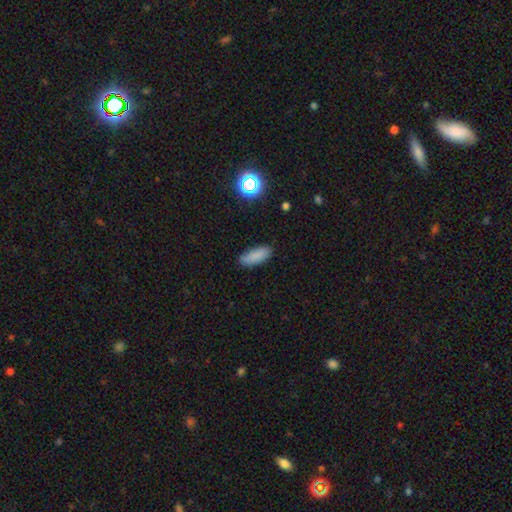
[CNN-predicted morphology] A smooth galaxy with no disk features (85%) that is in between round and cigar-shaped (72%).

Vote fractions:
- Smooth or featured? smooth: 85% / star or artifact: 9% / featured or disk: 6%
- How rounded? in between: 72% / cigar-shaped: 26% / round: 2%
- Merging? none: 83% / minor disturbance: 13% / major disturbance: 3% / merger: 1%